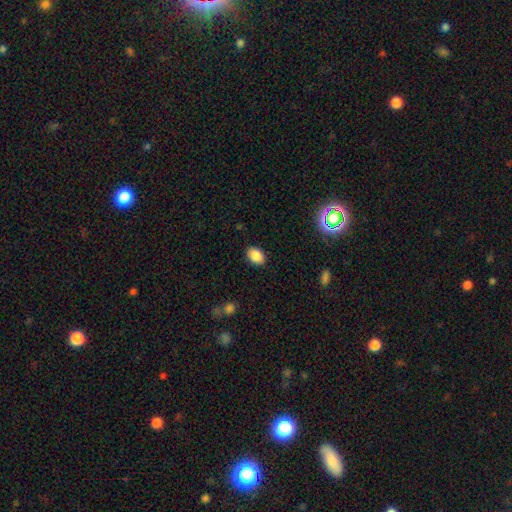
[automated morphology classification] Smooth or featured? Predicted: smooth (p=0.88). How rounded? Predicted: in between (p=0.79). Merging? Predicted: none (p=0.88).